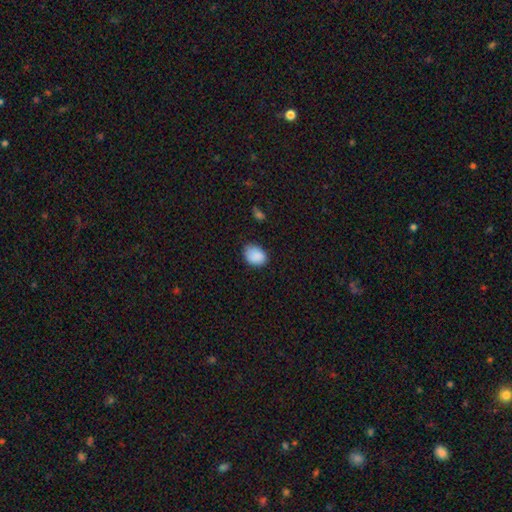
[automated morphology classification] The model was most divided on "how rounded": in between: 68%, round: 31%, cigar-shaped: 1%. More confident: smooth or featured — smooth (89%); merging — none (74%).